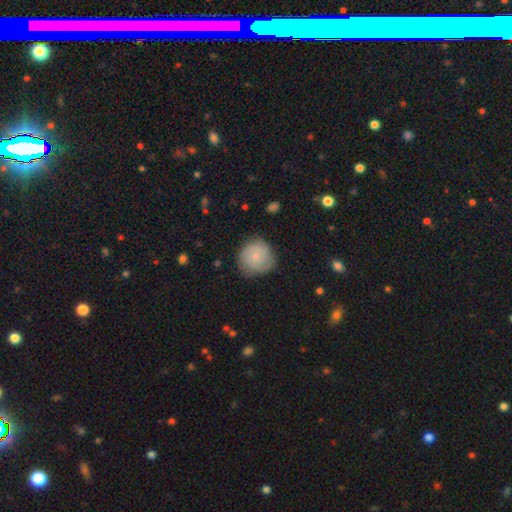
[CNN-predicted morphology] Smooth or featured? Predicted: smooth (p=0.47). Merging? Predicted: none (p=0.75).